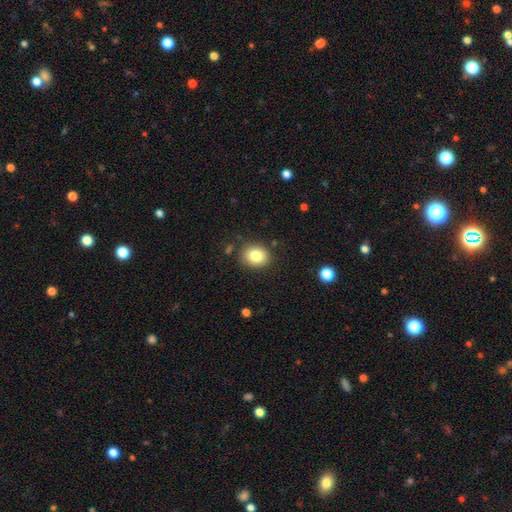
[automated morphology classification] Overall: smooth (81%). How rounded: round (69%; in between 30%). Merging: none (85%).